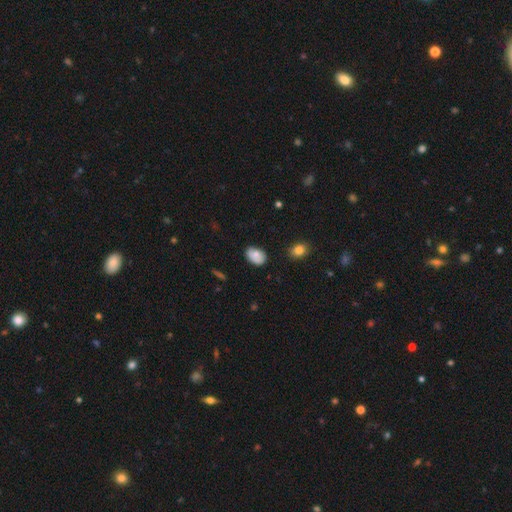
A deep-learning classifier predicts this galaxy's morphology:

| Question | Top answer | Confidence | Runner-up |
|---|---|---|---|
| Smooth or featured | smooth | 74% | featured or disk (17%) |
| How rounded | in between | 83% | round (15%) |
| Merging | none | 71% | minor disturbance (22%) |